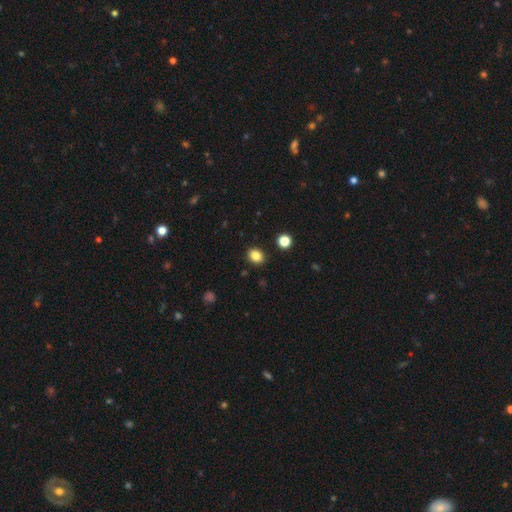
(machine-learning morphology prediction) Smooth or featured? smooth (85%)
How rounded? round (54%)
Merging? none (89%)